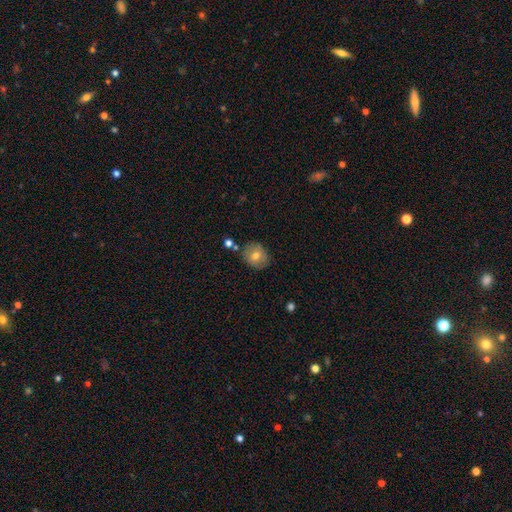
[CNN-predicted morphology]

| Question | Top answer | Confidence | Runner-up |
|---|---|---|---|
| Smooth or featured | smooth | 68% | featured or disk (23%) |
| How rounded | round | 65% | in between (34%) |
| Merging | none | 77% | minor disturbance (14%) |